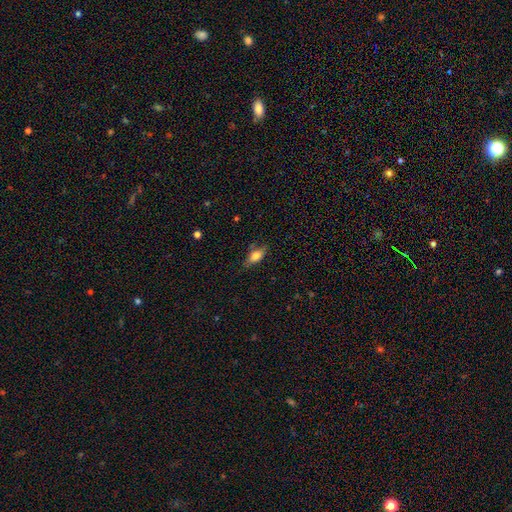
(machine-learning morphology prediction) Q: Smooth or featured?
A: smooth (70%); runner-up: featured or disk (22%)
Q: How rounded?
A: in between (77%); runner-up: cigar-shaped (19%)
Q: Merging?
A: none (72%); runner-up: minor disturbance (21%)